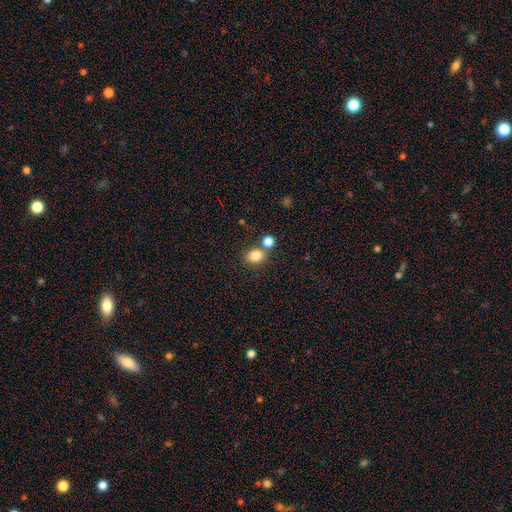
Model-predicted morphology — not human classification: This is clearly a smooth galaxy (82%). How rounded: possibly round (53%). Merging: likely none (65%).